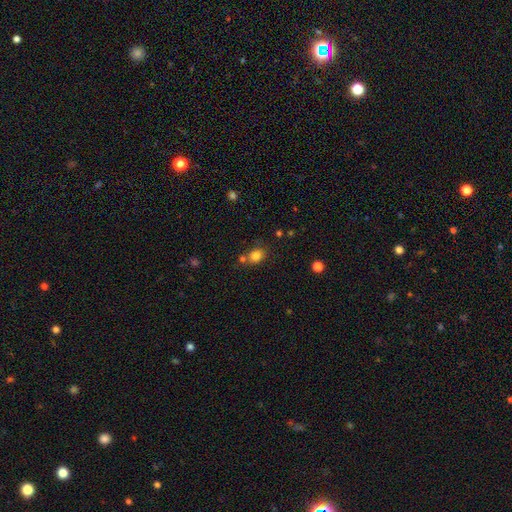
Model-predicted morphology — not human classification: A smooth galaxy with no disk features (81%) that is round (59%). Merging: none (65%).